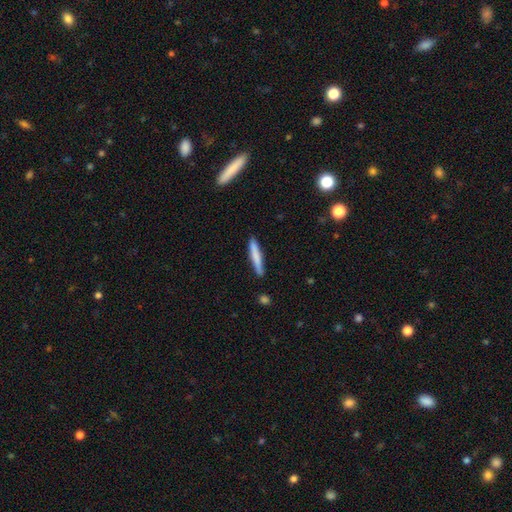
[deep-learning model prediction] smooth 75%, featured or disk 19%, star or artifact 6%. Down the decision tree: how rounded — cigar-shaped (94%); merging — none (88%).